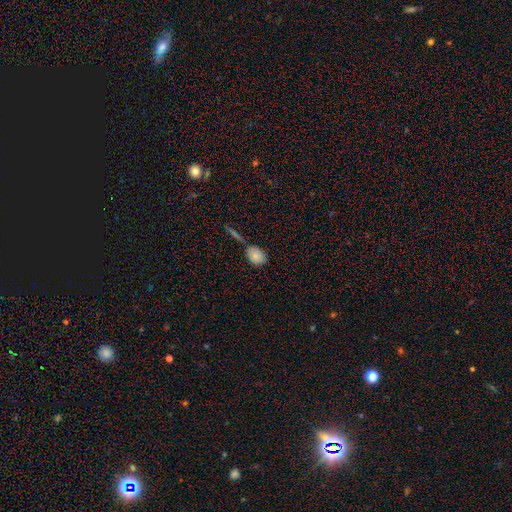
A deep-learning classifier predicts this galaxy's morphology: smooth-or-featured: smooth: 83% | star or artifact: 9% | featured or disk: 8%
  how-rounded: in between: 66% | round: 32% | cigar-shaped: 2%
  merging: none: 65% | minor disturbance: 18% | merger: 12% | major disturbance: 4%